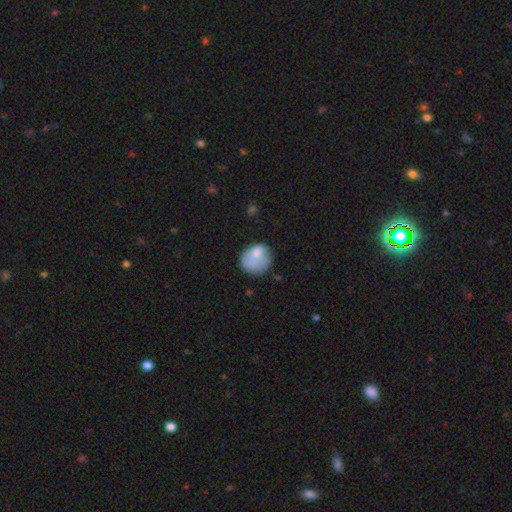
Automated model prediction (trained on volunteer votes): Smooth or featured: smooth — 72% (featured or disk — 20%)
How rounded: round — 72% (in between — 27%)
Merging: none — 52% (minor disturbance — 27%)